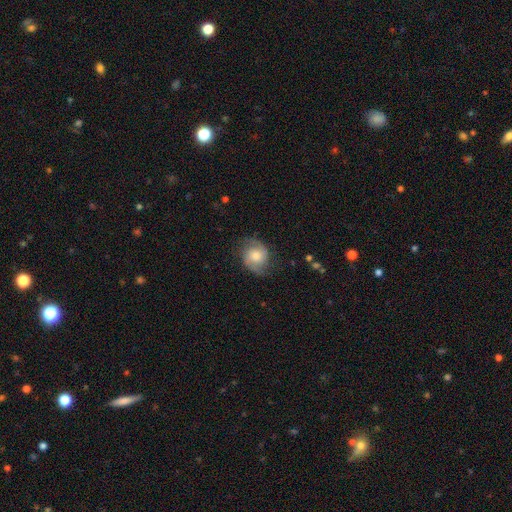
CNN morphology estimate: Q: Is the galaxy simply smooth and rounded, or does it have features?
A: featured or disk — 75%.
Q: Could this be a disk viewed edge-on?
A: no — 98%.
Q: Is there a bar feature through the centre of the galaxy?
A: no — 66%.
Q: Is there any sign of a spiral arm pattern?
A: yes — 95%.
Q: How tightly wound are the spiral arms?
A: medium — 50%.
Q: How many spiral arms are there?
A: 2 — 91%.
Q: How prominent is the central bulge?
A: moderate — 56%.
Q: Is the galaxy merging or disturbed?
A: none — 78%.